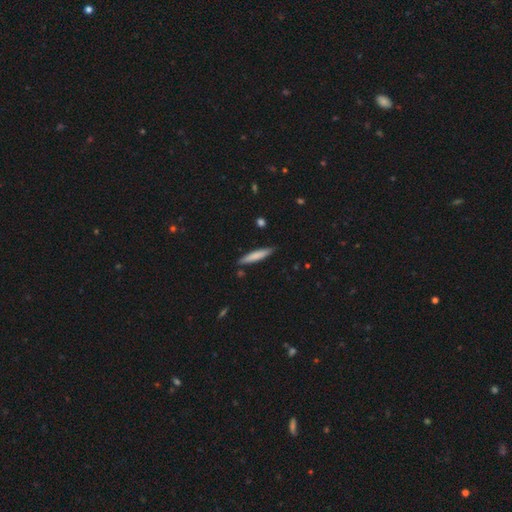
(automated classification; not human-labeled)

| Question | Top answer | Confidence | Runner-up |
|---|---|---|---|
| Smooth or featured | smooth | 75% | featured or disk (20%) |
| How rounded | cigar-shaped | 90% | in between (9%) |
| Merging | none | 86% | minor disturbance (10%) |